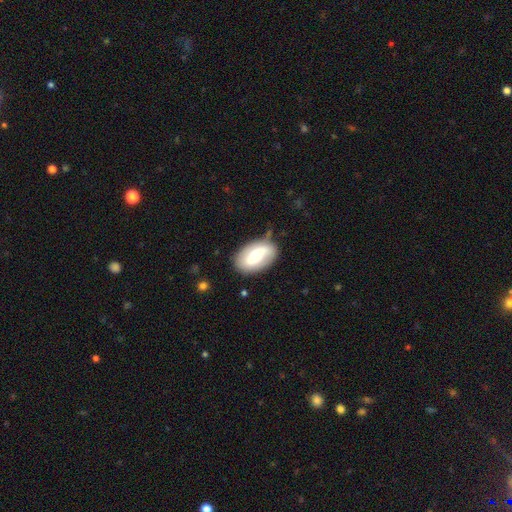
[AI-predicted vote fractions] featured or disk 47% (tied), smooth 47% (tied), star or artifact 6%. Down the decision tree: merging — none (77%).